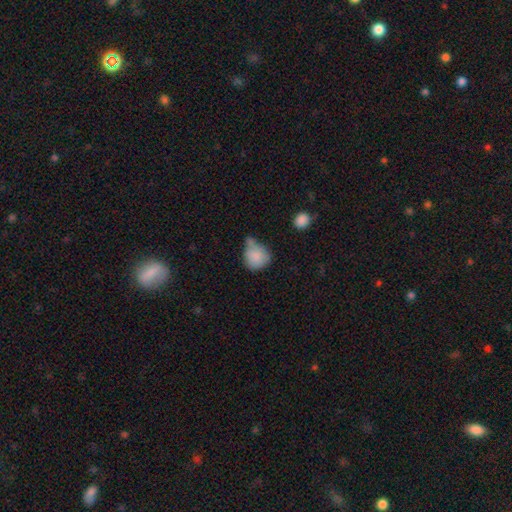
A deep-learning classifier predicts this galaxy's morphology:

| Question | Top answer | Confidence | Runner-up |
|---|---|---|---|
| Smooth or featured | smooth | 83% | featured or disk (9%) |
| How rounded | round | 75% | in between (24%) |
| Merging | minor disturbance | 35% | tied: none (35%) |